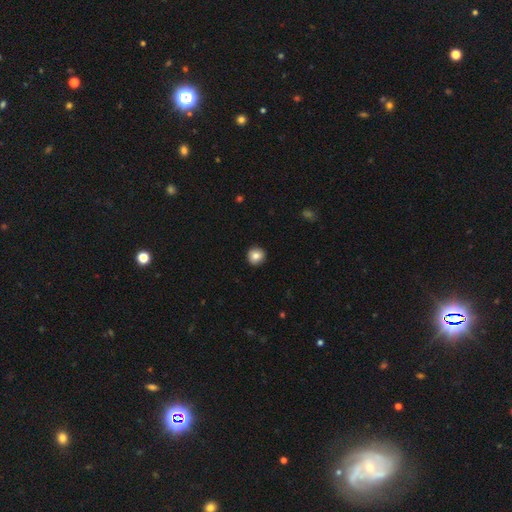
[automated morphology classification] This is clearly a smooth galaxy (84%). How rounded: clearly round (94%). Merging: clearly none (92%).